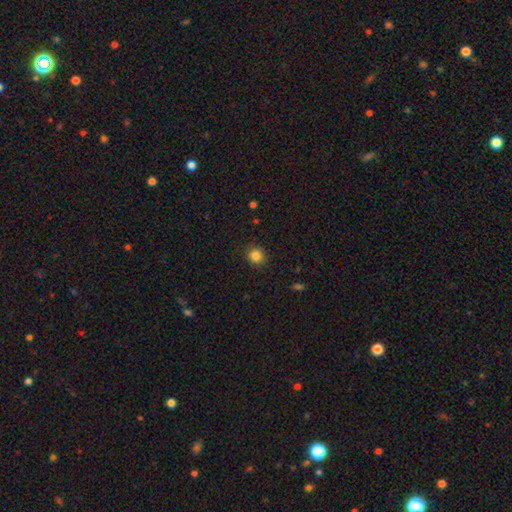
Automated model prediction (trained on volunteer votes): Smooth or featured? Predicted: smooth (p=0.84). How rounded? Predicted: round (p=0.91). Merging? Predicted: none (p=0.91).